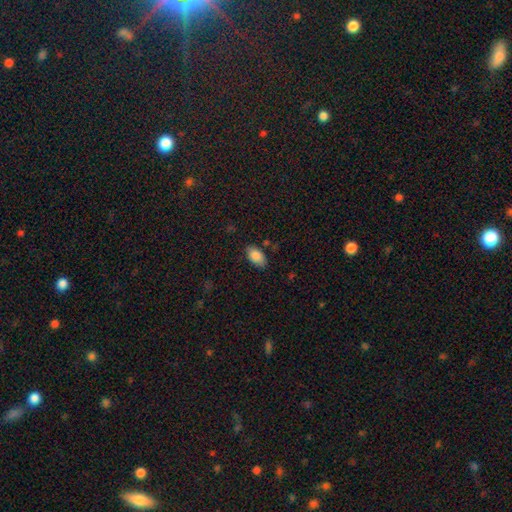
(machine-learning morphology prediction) This appears to be a smooth galaxy with no disk features (86%) that is in between round and cigar-shaped (93%). Merging: none (80%).